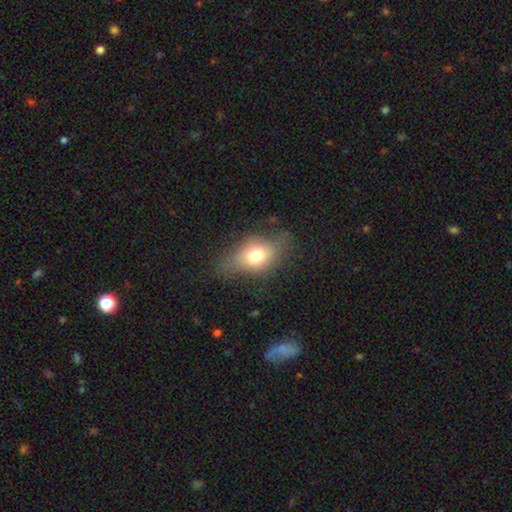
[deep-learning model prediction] Morphology: type=smooth (68%); roundness=in between (70%); merging=none (53%).